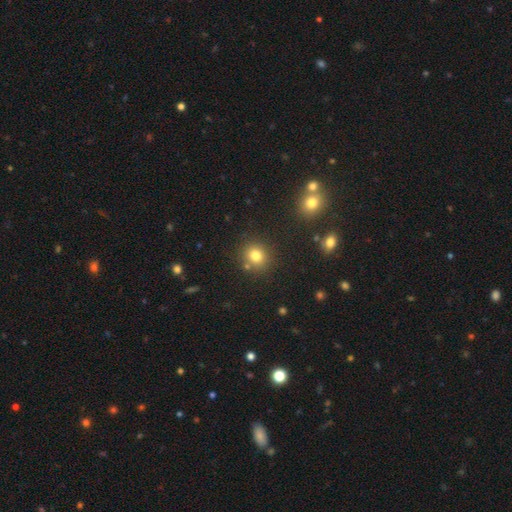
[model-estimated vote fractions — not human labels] A smooth galaxy with no disk features (78%) that is round (84%). Merging: none (80%).